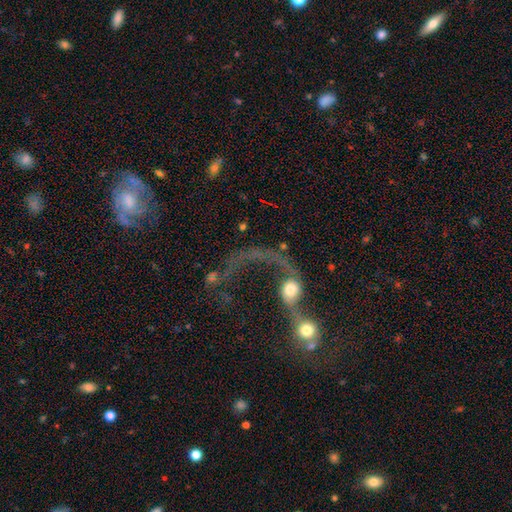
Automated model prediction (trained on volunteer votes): Smooth or featured: featured or disk — 64% (smooth — 22%)
Edge-on disk: no — 94% (yes — 6%)
Bar: no — 66% (weak — 24%)
Spiral arms: yes — 73% (no — 27%)
Bulge size: moderate — 45% (small — 29%)
Merging: merger — 51% (major disturbance — 26%)